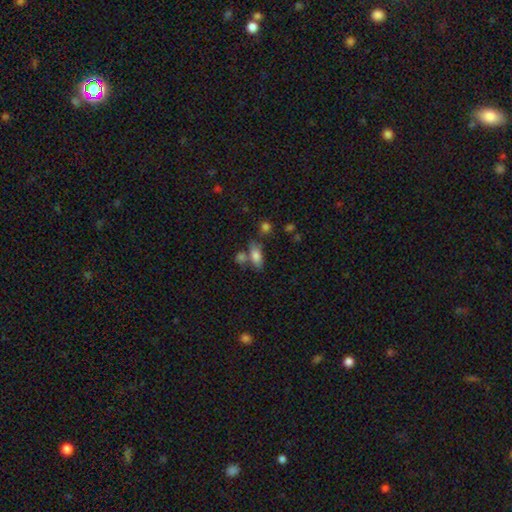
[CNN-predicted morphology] This appears to be a smooth galaxy with no disk features (78%) that is in between round and cigar-shaped (82%). Merging: none (54%).